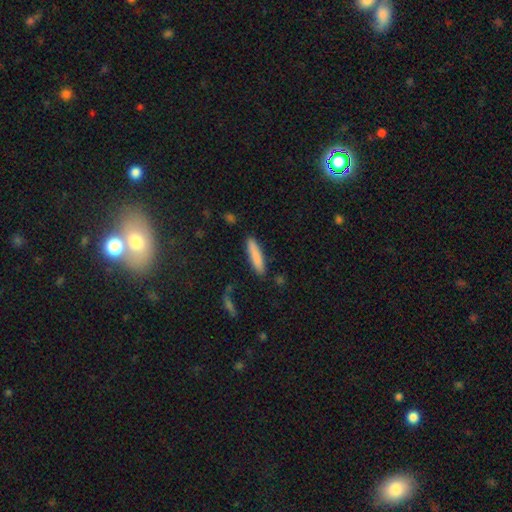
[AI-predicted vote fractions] Q: Smooth or featured?
A: smooth (84%); runner-up: featured or disk (10%)
Q: How rounded?
A: cigar-shaped (85%); runner-up: in between (13%)
Q: Merging?
A: none (87%); runner-up: minor disturbance (9%)